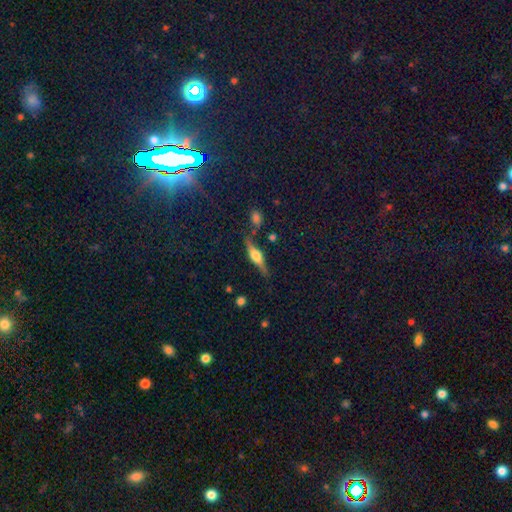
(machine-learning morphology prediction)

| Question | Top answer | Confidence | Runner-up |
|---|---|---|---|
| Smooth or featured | featured or disk | 68% | smooth (24%) |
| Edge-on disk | yes | 96% | no (4%) |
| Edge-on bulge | rounded | 87% | boxy (10%) |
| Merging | none | 81% | minor disturbance (12%) |